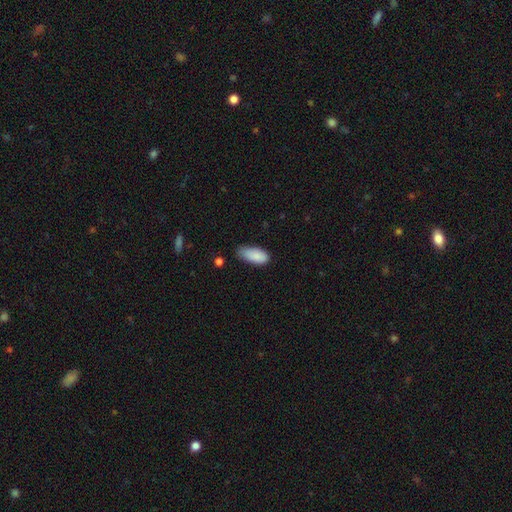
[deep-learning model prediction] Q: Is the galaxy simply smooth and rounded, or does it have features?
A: smooth — 88%.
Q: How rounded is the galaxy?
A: in between — 87%.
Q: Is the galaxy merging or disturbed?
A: none — 53%.